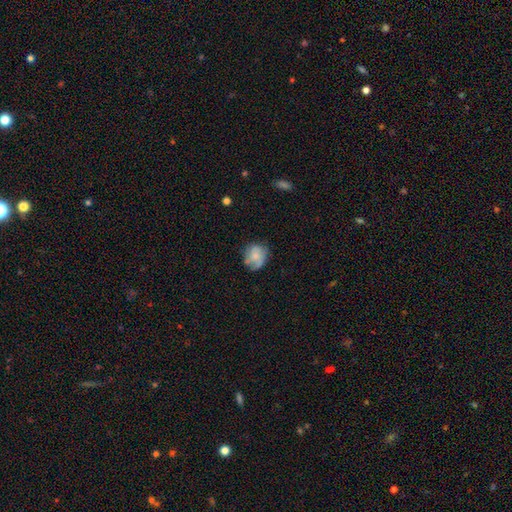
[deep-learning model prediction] smooth 67%, featured or disk 24%, star or artifact 9%. Down the decision tree: how rounded — round (66%); merging — none (56%).